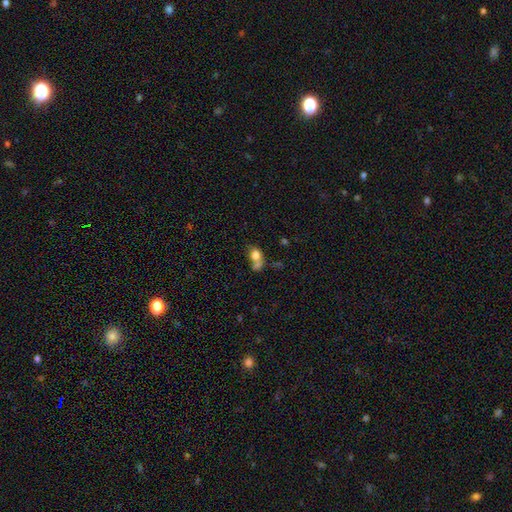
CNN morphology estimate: This is likely a smooth galaxy (74%). How rounded: possibly round (52%). Merging: possibly merger (50%).